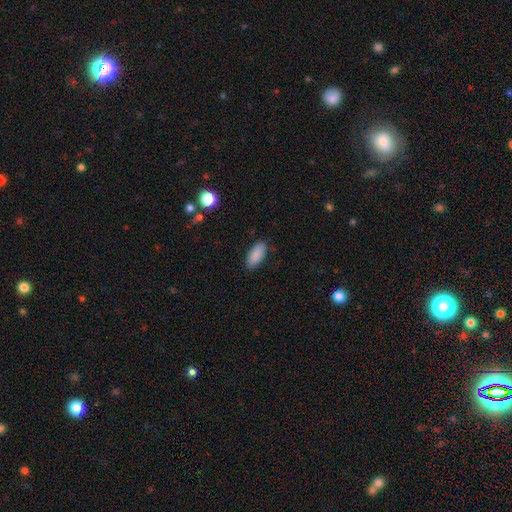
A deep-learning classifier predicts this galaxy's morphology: Overall: smooth (89%). How rounded: in between (89%). Merging: none (84%).